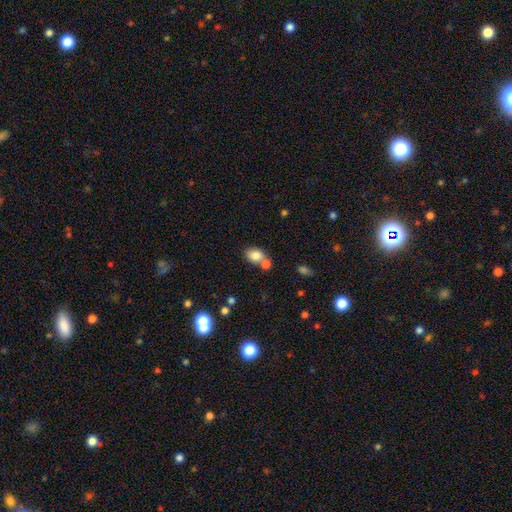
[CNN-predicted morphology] smooth 81%, featured or disk 10%, star or artifact 9%. Down the decision tree: how rounded — in between (66%); merging — none (51%).